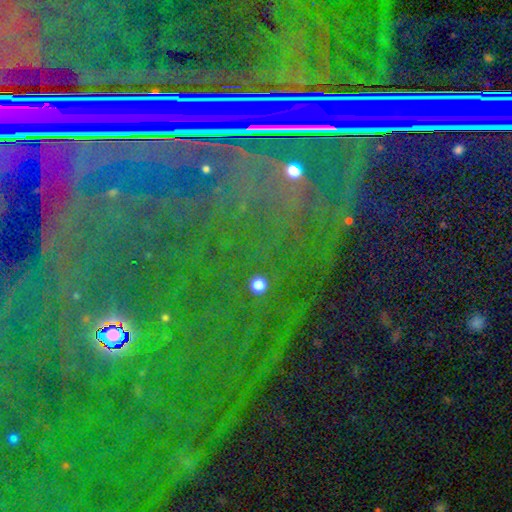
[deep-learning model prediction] The model was most divided on "smooth or featured": star or artifact: 87%, featured or disk: 7%, smooth: 6%.